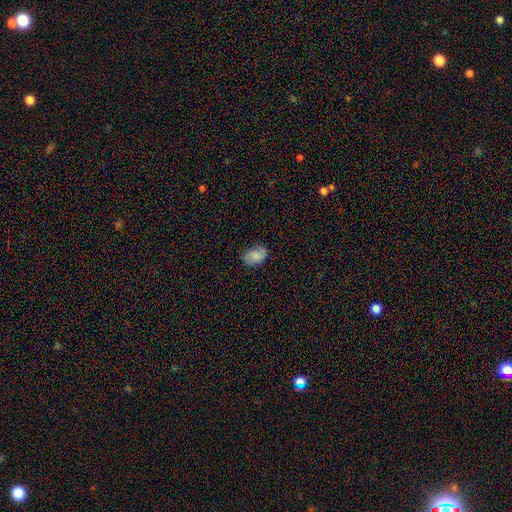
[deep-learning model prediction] A smooth galaxy with no disk features (81%) that is in between round and cigar-shaped (87%). Merging: none (75%).